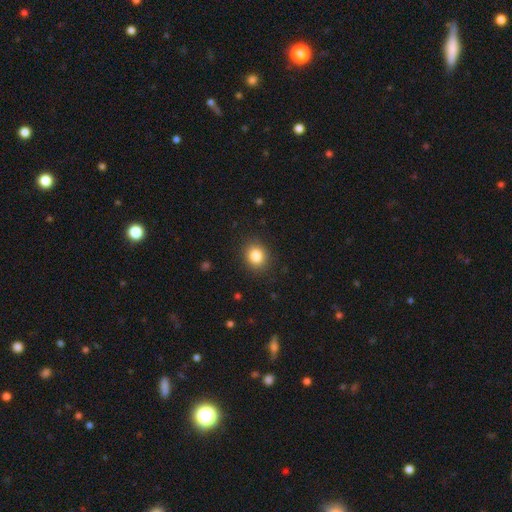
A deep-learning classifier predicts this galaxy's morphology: type=smooth (84%); roundness=round (73%); merging=none (89%).